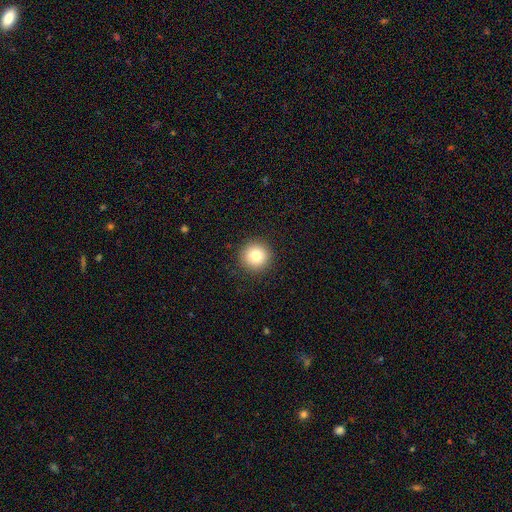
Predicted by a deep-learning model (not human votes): smooth 81%, star or artifact 11%, featured or disk 8%. Down the decision tree: how rounded — round (95%); merging — none (92%).